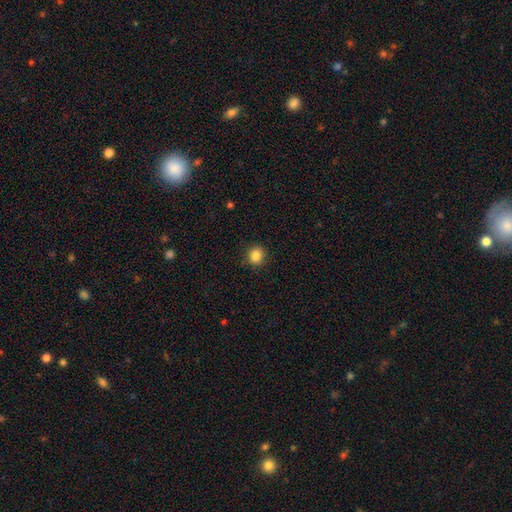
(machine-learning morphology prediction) A smooth galaxy with no disk features (86%) that is round (87%). Merging: none (89%).